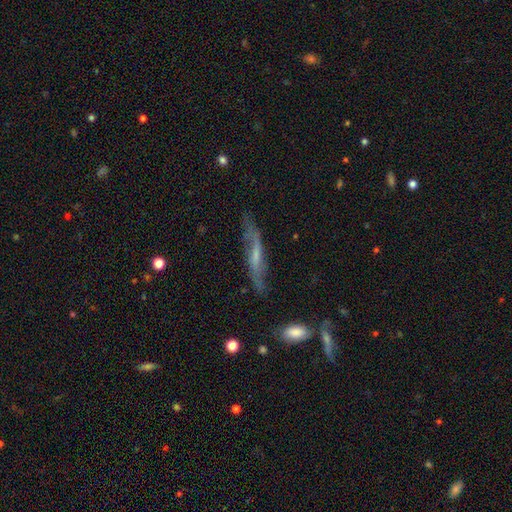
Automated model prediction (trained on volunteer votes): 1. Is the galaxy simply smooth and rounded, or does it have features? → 65% featured or disk, 27% smooth, 8% star or artifact.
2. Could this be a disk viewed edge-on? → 52% no, 48% yes.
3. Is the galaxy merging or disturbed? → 64% none, 23% minor disturbance, 10% major disturbance, 3% merger.